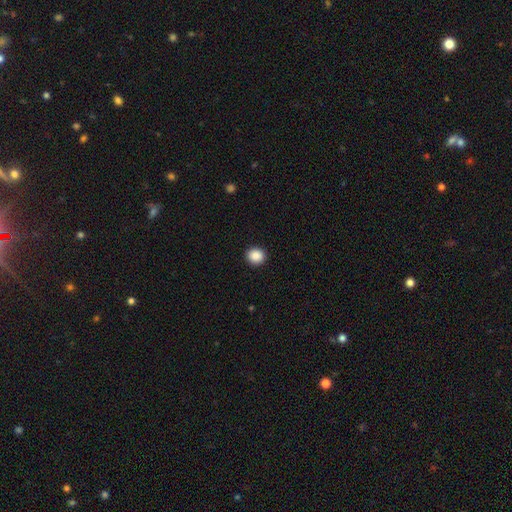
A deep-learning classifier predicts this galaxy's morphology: Smooth or featured: smooth — 89% (star or artifact — 9%)
How rounded: round — 83% (in between — 16%)
Merging: none — 92% (minor disturbance — 5%)